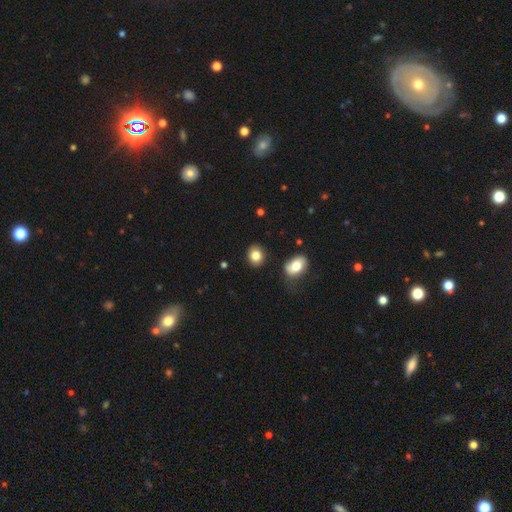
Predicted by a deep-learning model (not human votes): This appears to be a smooth galaxy with no disk features (83%) that is round (65%). Merging: none (86%).